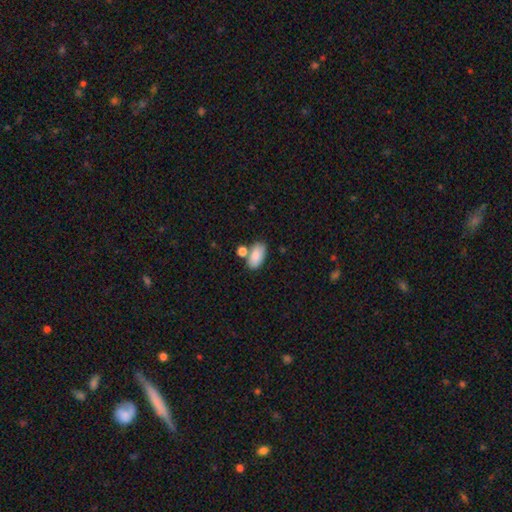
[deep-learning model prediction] This appears to be a smooth galaxy with no disk features (85%) that is in between round and cigar-shaped (93%). Merging: none (61%).